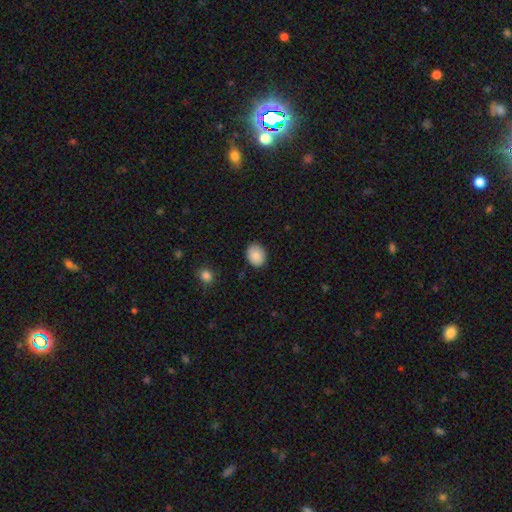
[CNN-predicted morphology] A smooth galaxy with no disk features (86%) that is round (52%).

Vote fractions:
- Smooth or featured? smooth: 86% / star or artifact: 8% / featured or disk: 6%
- How rounded? round: 52% / in between: 47% / cigar-shaped: 1%
- Merging? none: 88% / minor disturbance: 9% / major disturbance: 2% / merger: 1%